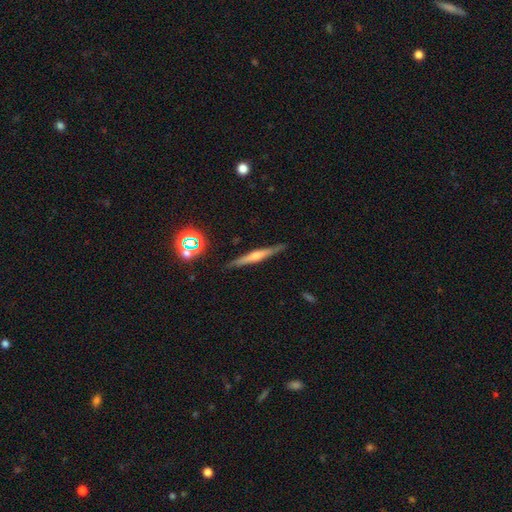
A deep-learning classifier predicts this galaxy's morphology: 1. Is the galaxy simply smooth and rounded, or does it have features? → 68% featured or disk, 23% smooth, 10% star or artifact.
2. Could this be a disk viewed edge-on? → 97% yes, 3% no.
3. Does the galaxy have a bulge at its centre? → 74% rounded, 14% none, 12% boxy.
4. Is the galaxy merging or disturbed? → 89% none, 8% minor disturbance, 2% major disturbance, 1% merger.